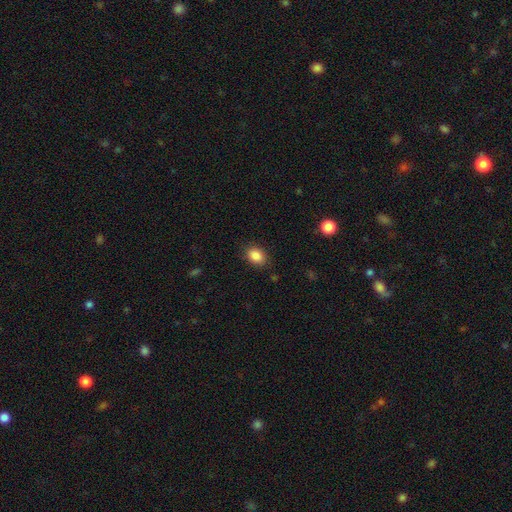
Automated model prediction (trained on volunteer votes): smooth-or-featured: smooth: 87% | star or artifact: 9% | featured or disk: 4%
  how-rounded: in between: 66% | round: 33% | cigar-shaped: 1%
  merging: none: 85% | minor disturbance: 11% | major disturbance: 3% | merger: 1%